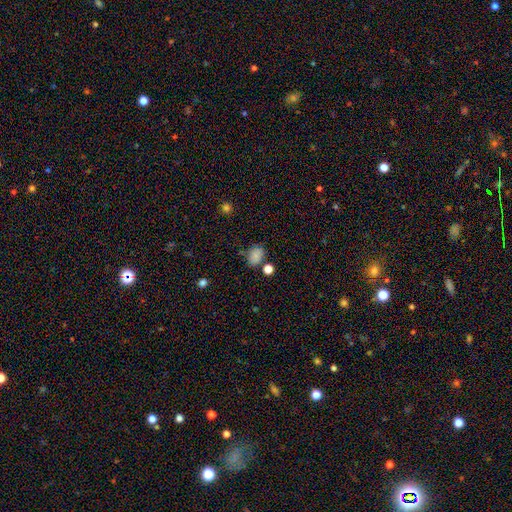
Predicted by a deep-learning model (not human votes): Overall: smooth (83%). How rounded: in between (71%). Merging: none (69%).